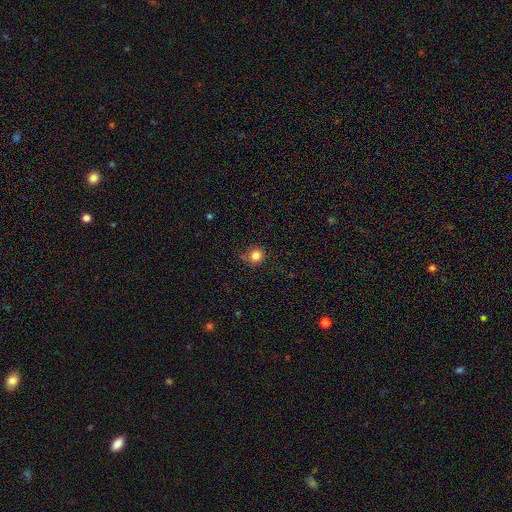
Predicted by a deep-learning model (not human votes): Smooth or featured? Predicted: smooth (p=0.83). How rounded? Predicted: round (p=0.89). Merging? Predicted: none (p=0.75).